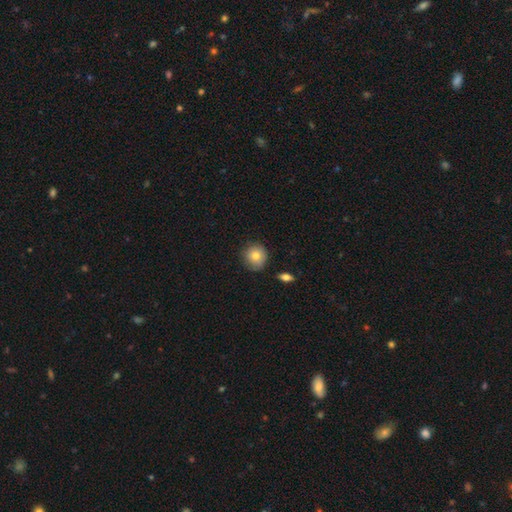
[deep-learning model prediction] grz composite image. It shows a smooth galaxy with no disk features (79%) that is round (90%). Merging: none (82%).